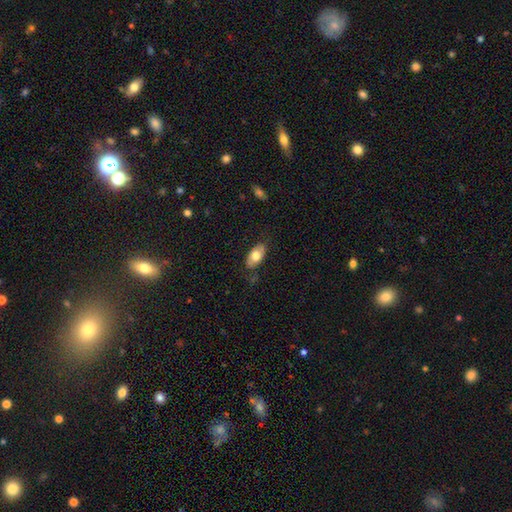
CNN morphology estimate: type=smooth (71%); roundness=in between (93%); merging=none (79%).